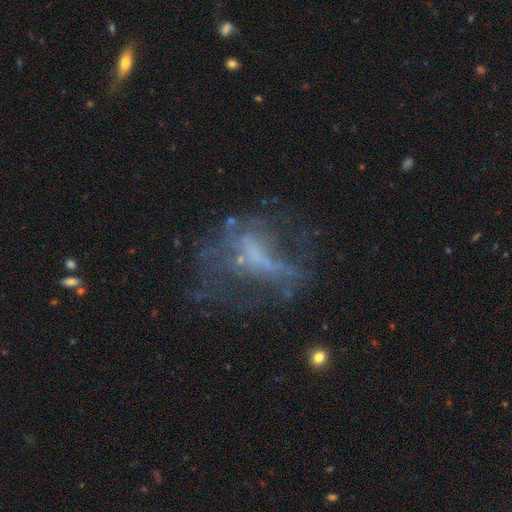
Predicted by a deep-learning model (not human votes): This is possibly a featured or disk galaxy (59%). It is clearly not viewed edge-on (92%). Bar: likely no (62%). Spiral arm pattern: likely no (79%). Central bulge: likely none (62%). Merging: marginally major disturbance (40%).